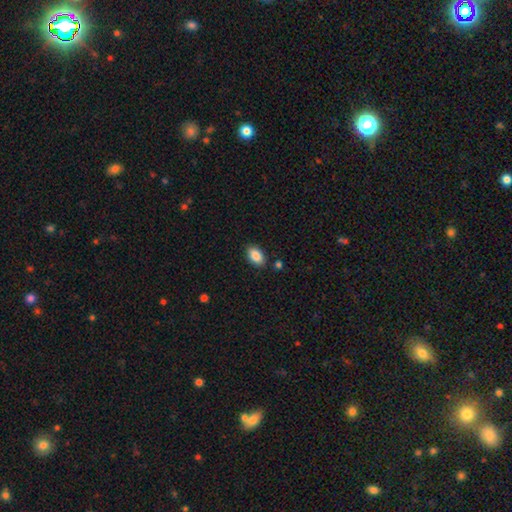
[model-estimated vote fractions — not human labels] Smooth or featured? smooth (88%)
How rounded? in between (91%)
Merging? none (86%)